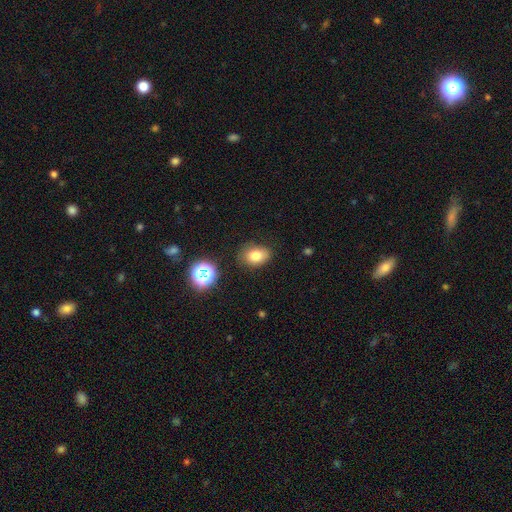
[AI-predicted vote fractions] This is likely a smooth galaxy (79%). How rounded: likely in between (71%). Merging: likely none (78%).